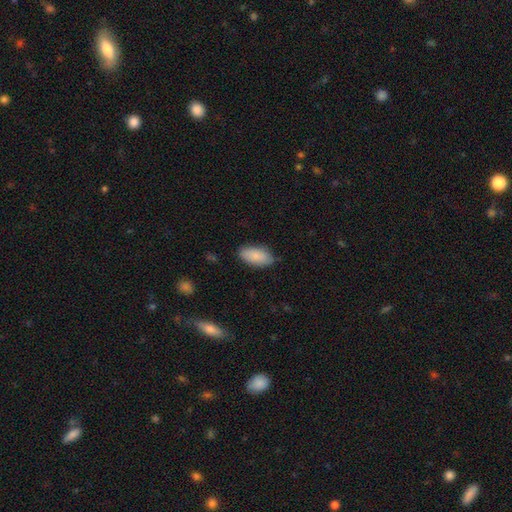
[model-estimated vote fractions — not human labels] A smooth galaxy with no disk features (87%) that is in between round and cigar-shaped (92%).

Vote fractions:
- Smooth or featured? smooth: 87% / featured or disk: 7% / star or artifact: 6%
- How rounded? in between: 92% / cigar-shaped: 5% / round: 2%
- Merging? none: 82% / minor disturbance: 14% / major disturbance: 3% / merger: 1%